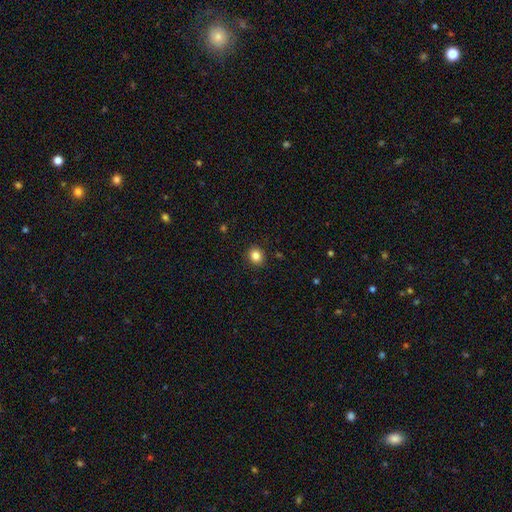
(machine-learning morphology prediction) type=smooth (84%); roundness=round (70%); merging=none (90%).